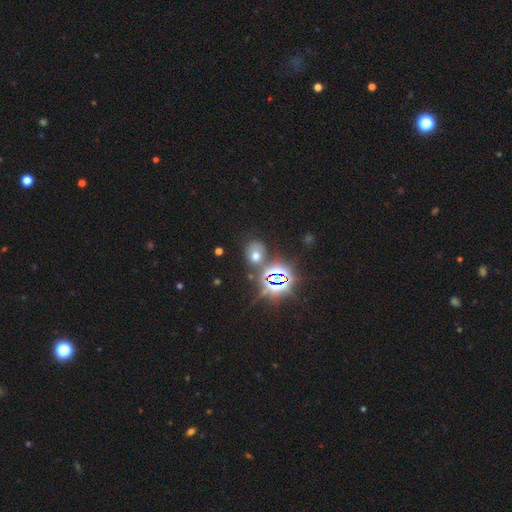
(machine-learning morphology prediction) The model was most divided on "smooth or featured": smooth: 49%, star or artifact: 39%, featured or disk: 11%. More confident: merging — none (68%).